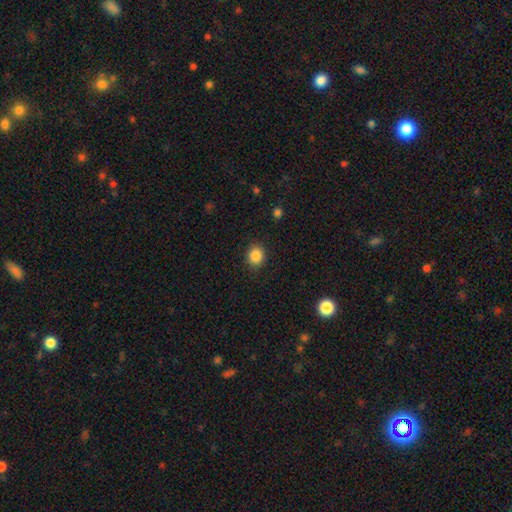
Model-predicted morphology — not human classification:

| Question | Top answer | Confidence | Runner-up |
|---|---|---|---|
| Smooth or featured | smooth | 86% | star or artifact (10%) |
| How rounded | round | 80% | in between (19%) |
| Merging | none | 89% | minor disturbance (8%) |